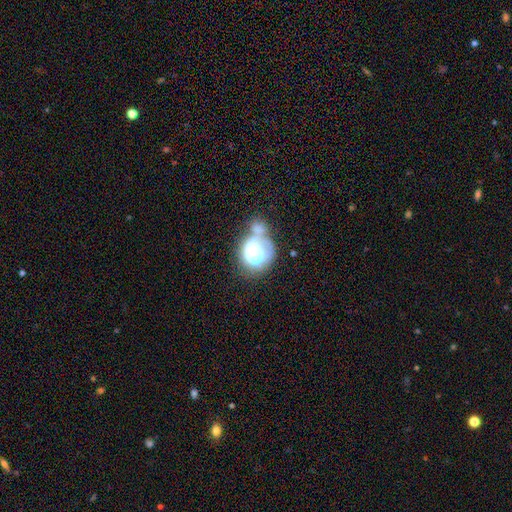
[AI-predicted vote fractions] This appears to be a featured or disk galaxy (49%). Merging: merger (48%).